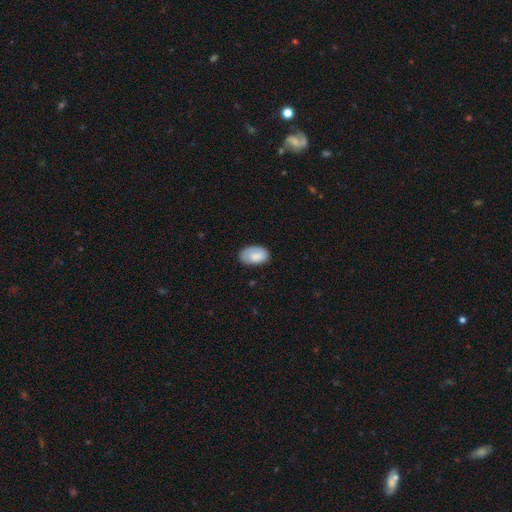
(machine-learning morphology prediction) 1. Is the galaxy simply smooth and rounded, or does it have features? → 82% smooth, 12% featured or disk, 6% star or artifact.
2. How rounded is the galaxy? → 92% in between, 7% round, 1% cigar-shaped.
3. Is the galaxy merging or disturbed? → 71% none, 22% minor disturbance, 5% major disturbance, 1% merger.